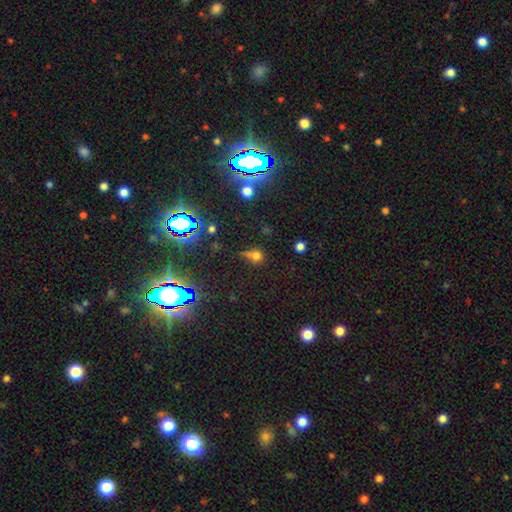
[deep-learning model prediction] smooth 60%, star or artifact 28%, featured or disk 12%. Down the decision tree: how rounded — round (75%); merging — none (44%).